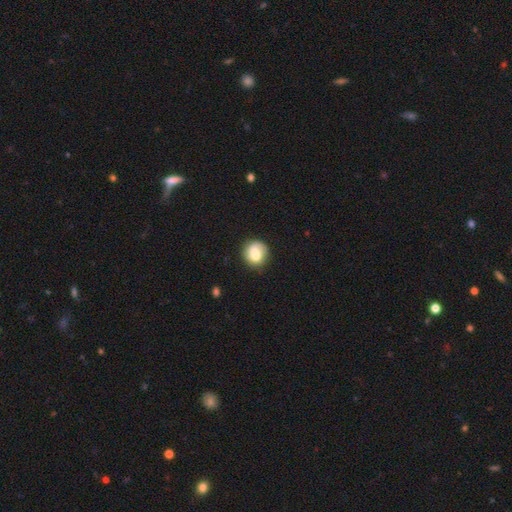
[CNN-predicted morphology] A smooth galaxy with no disk features (70%) that is round (84%).

Vote fractions:
- Smooth or featured? smooth: 70% / featured or disk: 22% / star or artifact: 8%
- How rounded? round: 84% / in between: 15% / cigar-shaped: 1%
- Merging? none: 73% / minor disturbance: 19% / major disturbance: 6% / merger: 2%